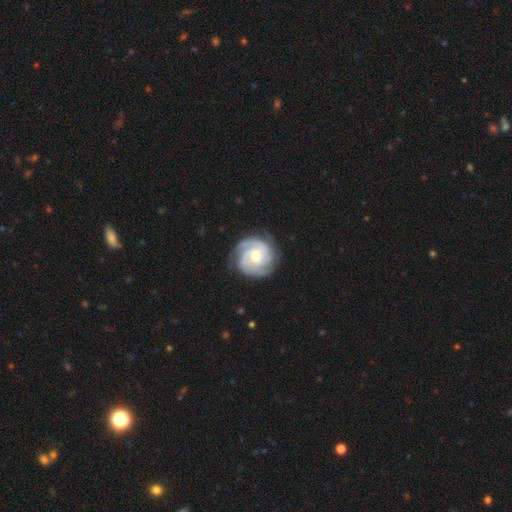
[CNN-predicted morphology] This appears to be a featured or disk galaxy (88%) with no bar (59%), 3 (43%) tight (69%) spiral arms (98%) and a moderate central bulge (66%). Merging: none (80%).